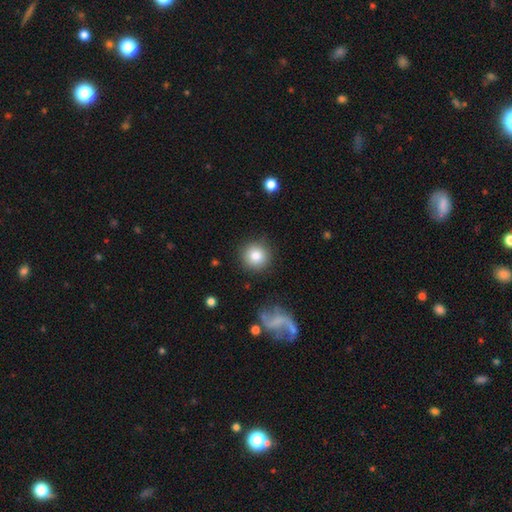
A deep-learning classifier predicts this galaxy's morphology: Smooth or featured: smooth — 82% (star or artifact — 9%)
How rounded: round — 94% (in between — 5%)
Merging: none — 88% (minor disturbance — 8%)